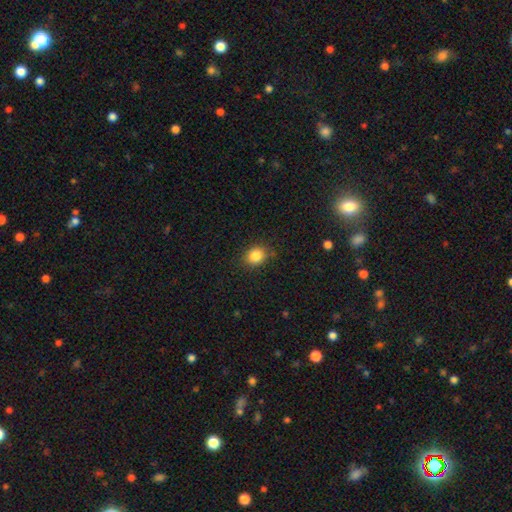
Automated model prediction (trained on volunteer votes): A smooth galaxy with no disk features (85%) that is round (69%).

Vote fractions:
- Smooth or featured? smooth: 85% / star or artifact: 10% / featured or disk: 5%
- How rounded? round: 69% / in between: 30% / cigar-shaped: 1%
- Merging? none: 84% / minor disturbance: 12% / major disturbance: 3% / merger: 2%